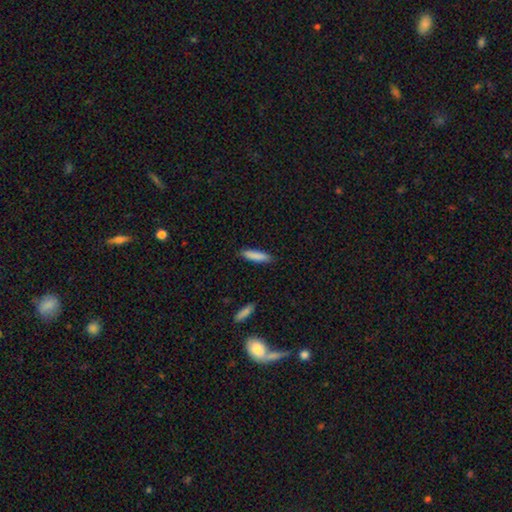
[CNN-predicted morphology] A smooth galaxy with no disk features (87%) that is cigar-shaped (76%). Merging: none (88%).